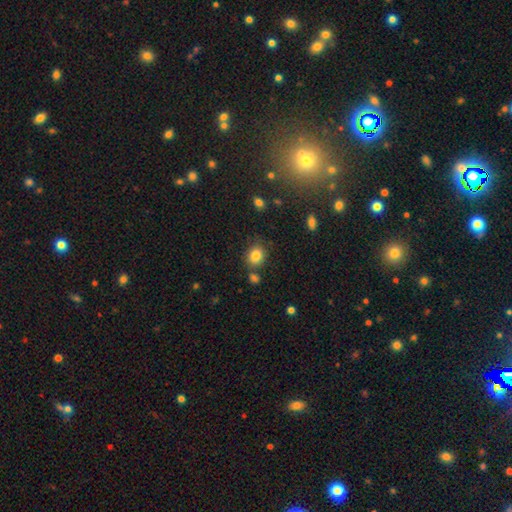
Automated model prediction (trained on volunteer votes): The model was most divided on "how rounded": round: 66%, in between: 33%, cigar-shaped: 1%. More confident: smooth or featured — smooth (83%); merging — none (75%).